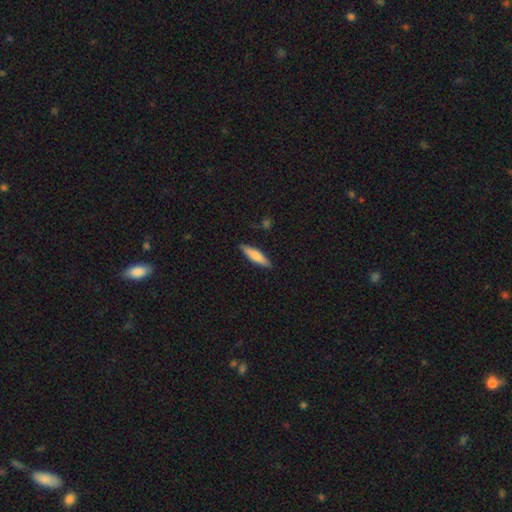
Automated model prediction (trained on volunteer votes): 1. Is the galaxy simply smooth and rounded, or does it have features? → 72% smooth, 22% featured or disk, 6% star or artifact.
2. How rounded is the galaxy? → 73% cigar-shaped, 25% in between, 2% round.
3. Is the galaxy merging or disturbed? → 88% none, 9% minor disturbance, 2% major disturbance, 1% merger.